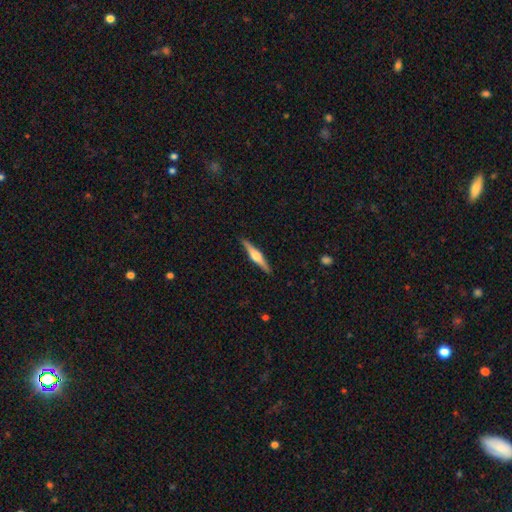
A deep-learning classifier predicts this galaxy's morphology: Smooth or featured? Predicted: featured or disk (p=0.72). Edge-on disk? Predicted: yes (p=0.98). Edge-on bulge? Predicted: rounded (p=0.90). Merging? Predicted: none (p=0.91).